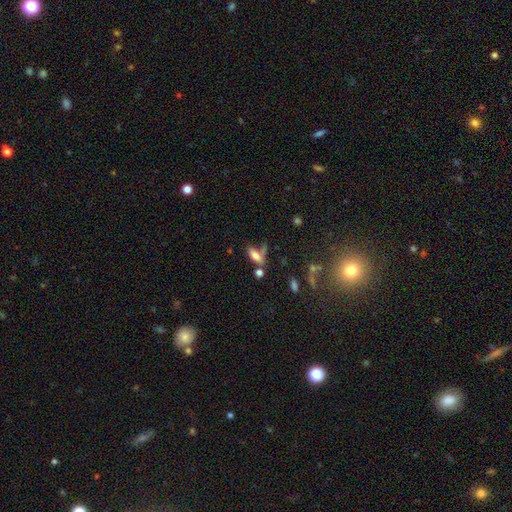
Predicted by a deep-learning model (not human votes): smooth_or_featured: smooth (p=0.71) [alt: featured or disk p=0.19]
how_rounded: in between (p=0.73) [alt: cigar-shaped p=0.23]
merging: none (p=0.46) [alt: merger p=0.22]